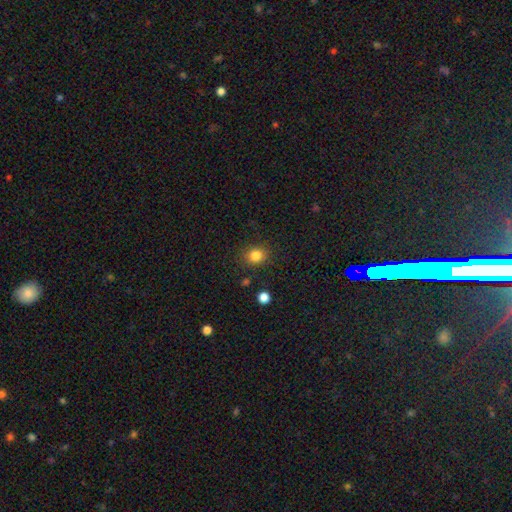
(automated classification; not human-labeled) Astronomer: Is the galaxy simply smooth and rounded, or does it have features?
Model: smooth — 83%.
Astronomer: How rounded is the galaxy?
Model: round — 70%.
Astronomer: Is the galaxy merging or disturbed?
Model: none — 85%.